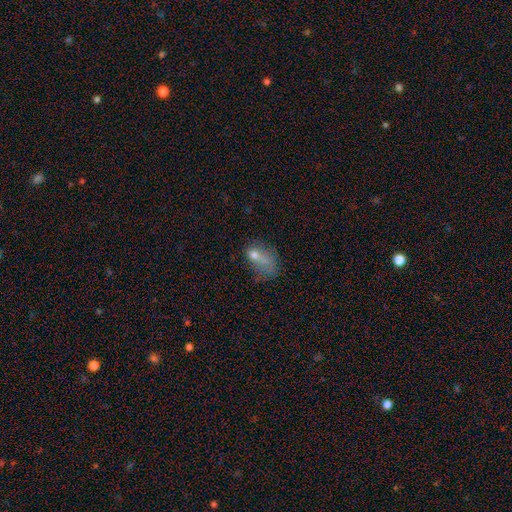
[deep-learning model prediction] Smooth or featured: smooth — 59% (featured or disk — 26%)
How rounded: in between — 82% (round — 15%)
Merging: major disturbance — 47% (minor disturbance — 24%)